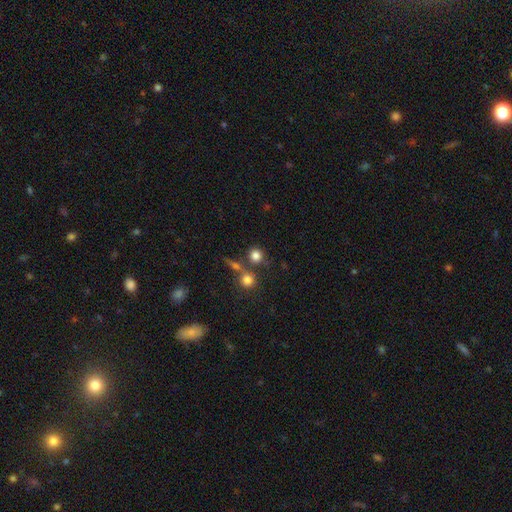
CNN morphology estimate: smooth_or_featured: smooth (p=0.79) [alt: star or artifact p=0.13]
how_rounded: round (p=0.87) [alt: in between p=0.11]
merging: none (p=0.64) [alt: merger p=0.23]